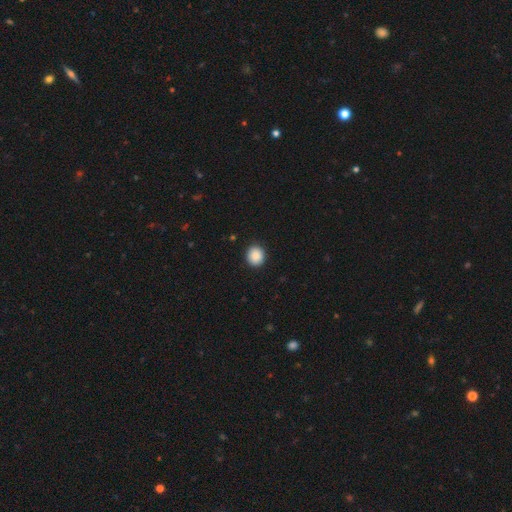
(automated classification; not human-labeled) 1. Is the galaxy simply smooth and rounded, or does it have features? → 89% smooth, 8% star or artifact, 3% featured or disk.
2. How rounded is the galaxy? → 80% round, 19% in between, 1% cigar-shaped.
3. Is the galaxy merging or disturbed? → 90% none, 7% minor disturbance, 2% major disturbance, 1% merger.